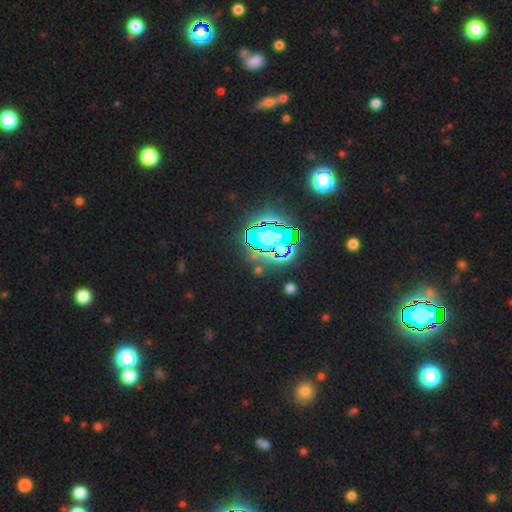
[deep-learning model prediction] star or artifact 68%, featured or disk 16%, smooth 15%.